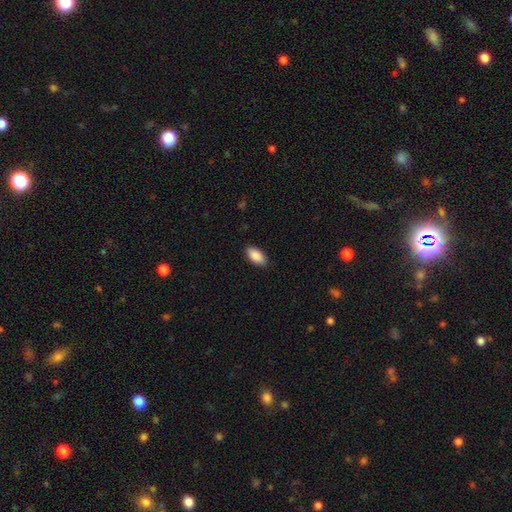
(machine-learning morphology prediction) Overall: smooth (90%). How rounded: in between (93%). Merging: none (88%).